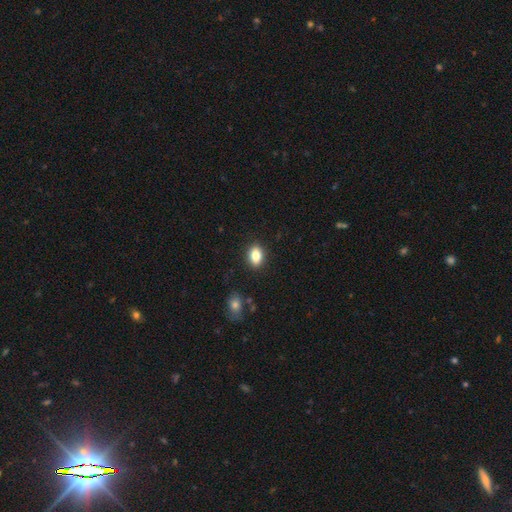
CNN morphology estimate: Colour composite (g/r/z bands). It shows a smooth galaxy with no disk features (83%) that is in between round and cigar-shaped (80%). Merging: none (88%).